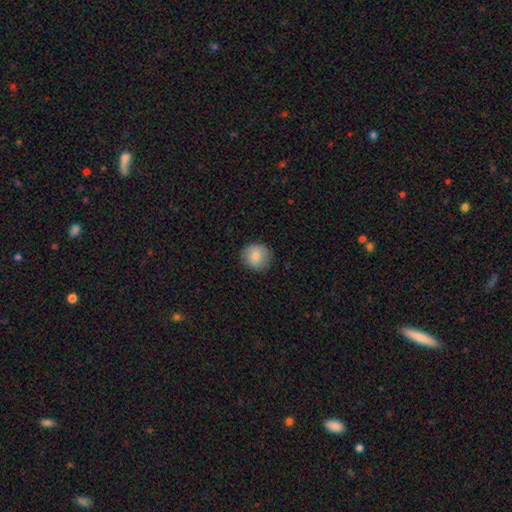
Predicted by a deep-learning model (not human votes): Morphology: type=smooth (83%); roundness=round (90%); merging=none (86%).